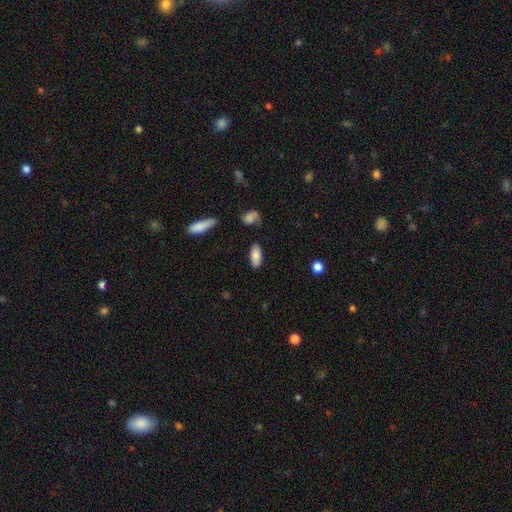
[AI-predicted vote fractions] This is clearly a smooth galaxy (84%). How rounded: clearly in between (84%). Merging: clearly none (81%).